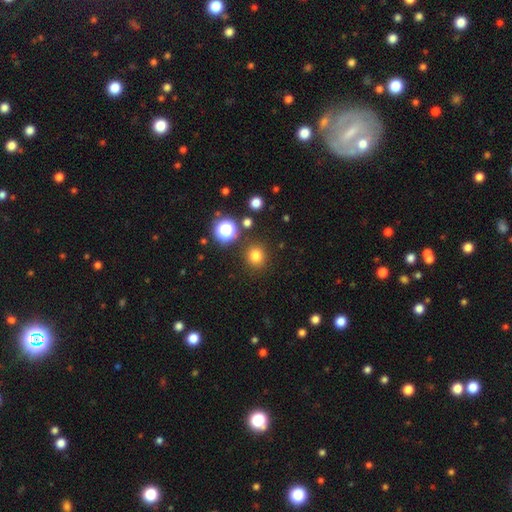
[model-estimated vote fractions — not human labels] Smooth or featured: smooth — 77% (star or artifact — 18%)
How rounded: round — 92% (in between — 7%)
Merging: none — 88% (minor disturbance — 6%)